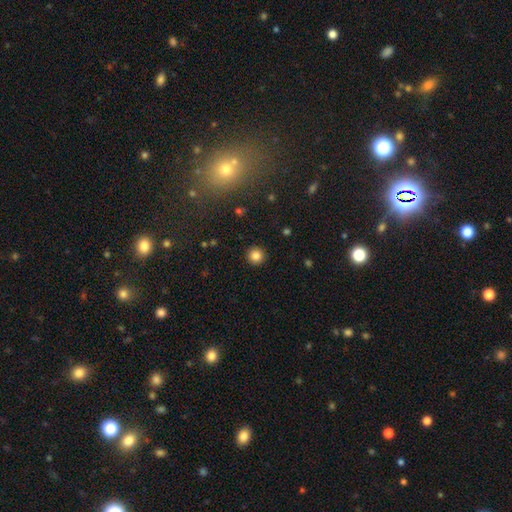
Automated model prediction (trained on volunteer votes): smooth-or-featured: smooth: 84% | star or artifact: 11% | featured or disk: 5%
  how-rounded: round: 95% | in between: 4% | cigar-shaped: 1%
  merging: none: 93% | minor disturbance: 5% | major disturbance: 2% | merger: 1%